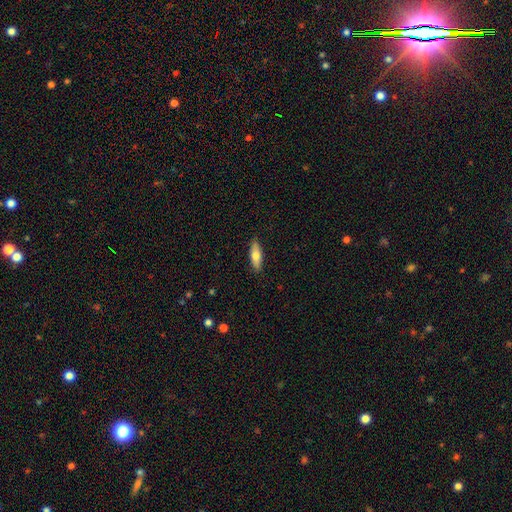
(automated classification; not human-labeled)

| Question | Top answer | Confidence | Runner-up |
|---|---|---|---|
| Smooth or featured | smooth | 68% | featured or disk (26%) |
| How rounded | in between | 58% | cigar-shaped (39%) |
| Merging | none | 88% | minor disturbance (9%) |